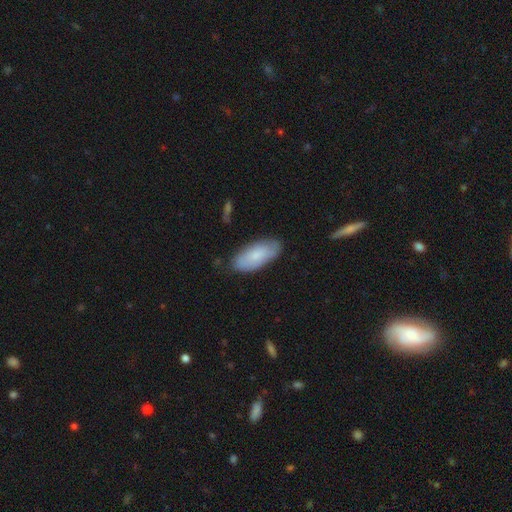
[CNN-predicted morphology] Smooth or featured? Predicted: smooth (p=0.75). How rounded? Predicted: in between (p=0.87). Merging? Predicted: none (p=0.78).